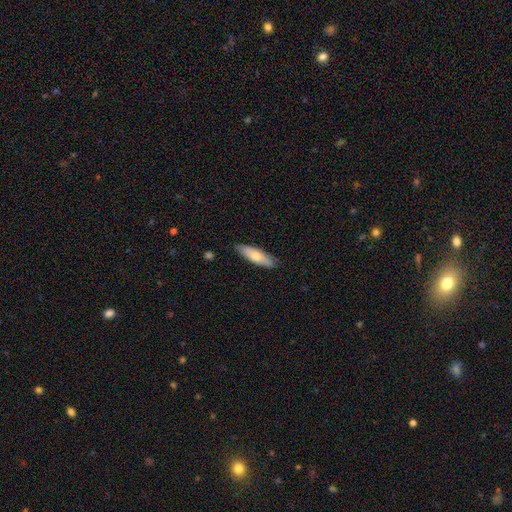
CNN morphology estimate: Overall: smooth (64%; featured or disk 30%). How rounded: cigar-shaped (52%; in between 46%). Merging: none (87%).